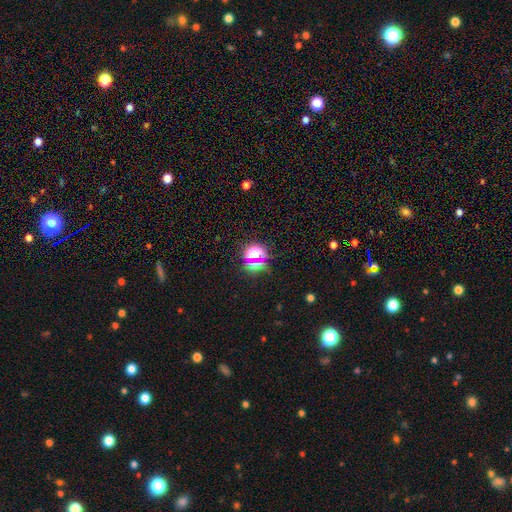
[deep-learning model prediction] A star or artifact, not a galaxy (67%).

Vote fractions:
- Smooth or featured? star or artifact: 67% / smooth: 23% / featured or disk: 10%